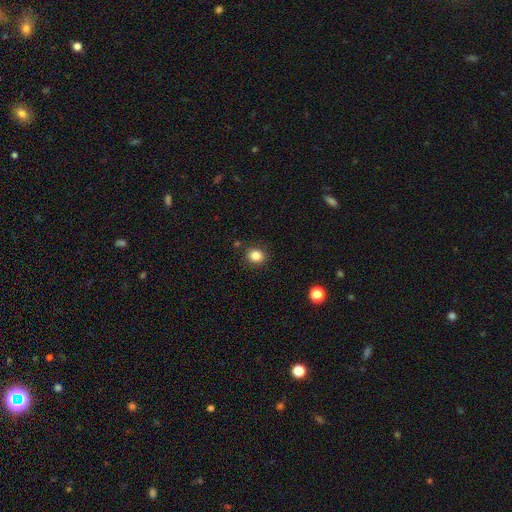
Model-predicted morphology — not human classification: A smooth galaxy with no disk features (84%) that is round (73%).

Vote fractions:
- Smooth or featured? smooth: 84% / star or artifact: 11% / featured or disk: 5%
- How rounded? round: 73% / in between: 26% / cigar-shaped: 1%
- Merging? none: 88% / minor disturbance: 8% / major disturbance: 2% / merger: 2%